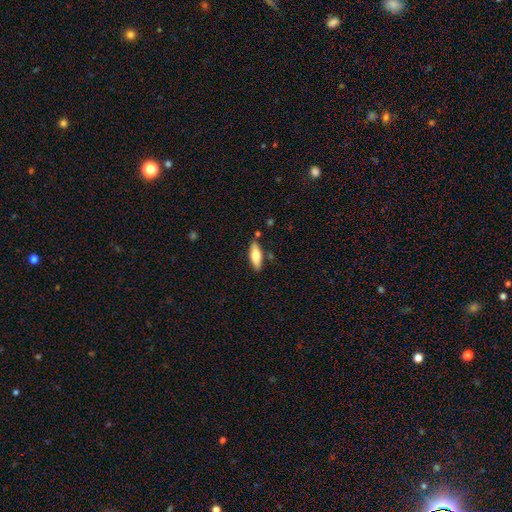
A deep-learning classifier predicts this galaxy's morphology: This is likely a smooth galaxy (73%). How rounded: likely in between (65%). Merging: clearly none (82%).